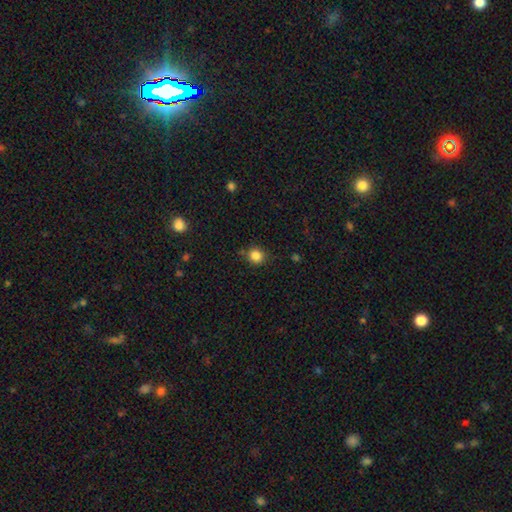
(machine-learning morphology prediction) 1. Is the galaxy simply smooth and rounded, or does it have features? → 85% smooth, 11% star or artifact, 4% featured or disk.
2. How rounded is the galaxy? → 87% round, 12% in between, 1% cigar-shaped.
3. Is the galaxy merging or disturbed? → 82% none, 12% minor disturbance, 3% merger, 3% major disturbance.